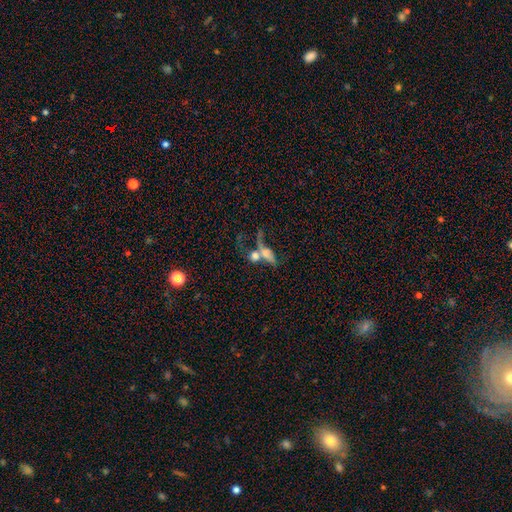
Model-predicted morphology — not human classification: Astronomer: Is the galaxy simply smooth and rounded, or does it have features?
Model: smooth — 56%.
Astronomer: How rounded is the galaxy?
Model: in between — 51% (runner-up: round, 32%).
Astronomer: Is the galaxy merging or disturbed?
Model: merger — 57%.